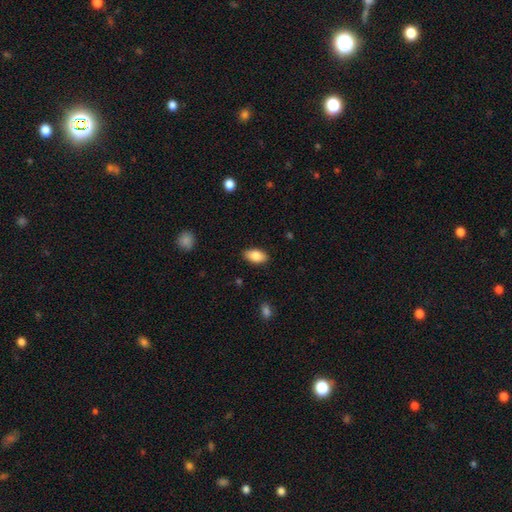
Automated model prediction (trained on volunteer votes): Smooth or featured? smooth (84%)
How rounded? in between (93%)
Merging? none (87%)